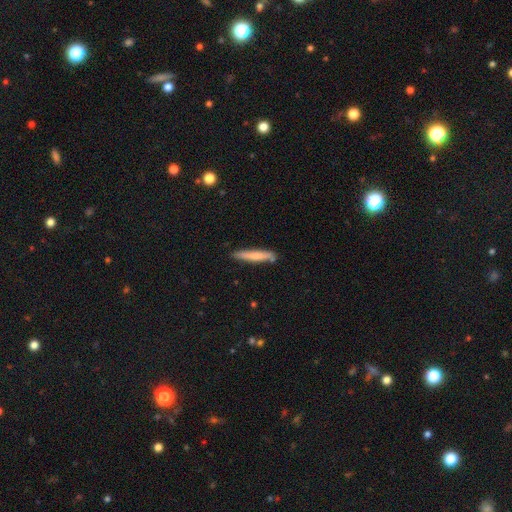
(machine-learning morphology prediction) smooth_or_featured: smooth (p=0.71) [alt: featured or disk p=0.23]
how_rounded: cigar-shaped (p=0.93) [alt: in between p=0.06]
merging: none (p=0.81) [alt: minor disturbance p=0.14]